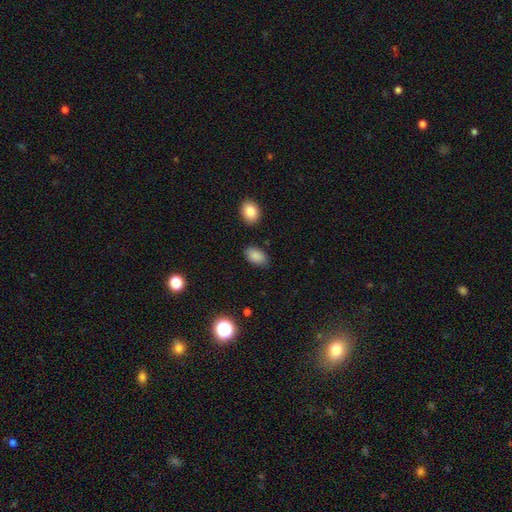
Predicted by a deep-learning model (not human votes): This appears to be a smooth galaxy with no disk features (87%) that is in between round and cigar-shaped (91%). Merging: none (83%).